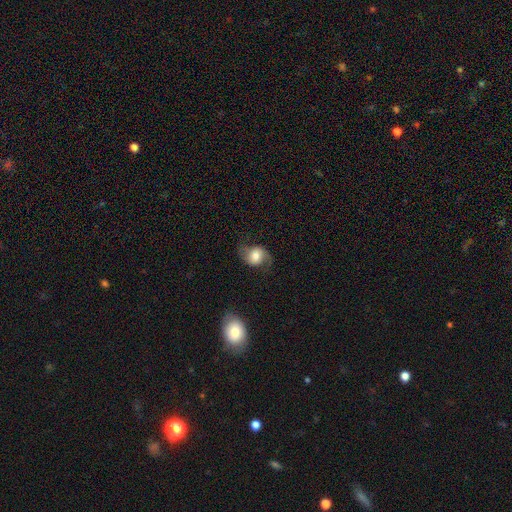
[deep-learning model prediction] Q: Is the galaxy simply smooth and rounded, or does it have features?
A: featured or disk — 47%.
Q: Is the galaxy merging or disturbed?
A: none — 63%.